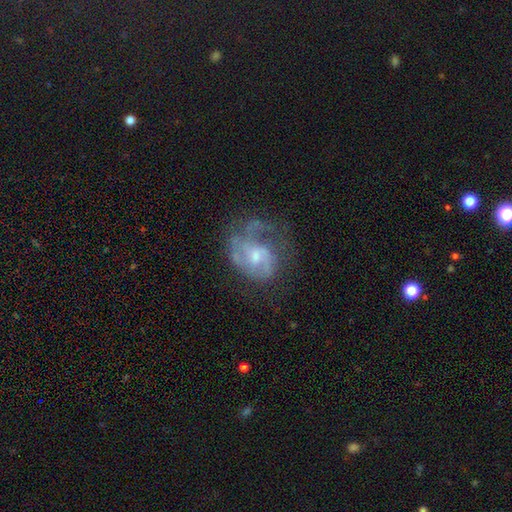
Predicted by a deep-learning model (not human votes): A featured or disk galaxy (79%) with no bar (58%), 2 (43%) medium (46%) spiral arms (87%) and a small central bulge (46%).

Vote fractions:
- Smooth or featured? featured or disk: 79% / smooth: 14% / star or artifact: 7%
- Edge-on disk? no: 98% / yes: 2%
- Bar? no: 58% / weak: 37% / strong: 5%
- Spiral arms? yes: 87% / no: 13%
- Spiral winding? medium: 46% / tight: 31% / loose: 23%
- Spiral arm count? 2: 43% / can't tell: 24% / 1: 16% / 3: 12% / 4: 3% / more than 4: 3%
- Bulge size? small: 46% / moderate: 45% / none: 5% / large: 3% / dominant: 1%
- Merging? none: 46% / major disturbance: 28% / minor disturbance: 23% / merger: 3%